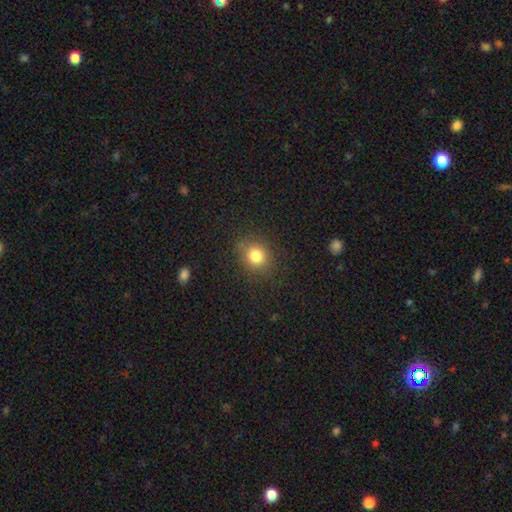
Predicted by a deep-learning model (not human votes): Smooth or featured: smooth — 81% (star or artifact — 13%)
How rounded: round — 74% (in between — 25%)
Merging: none — 83% (minor disturbance — 12%)